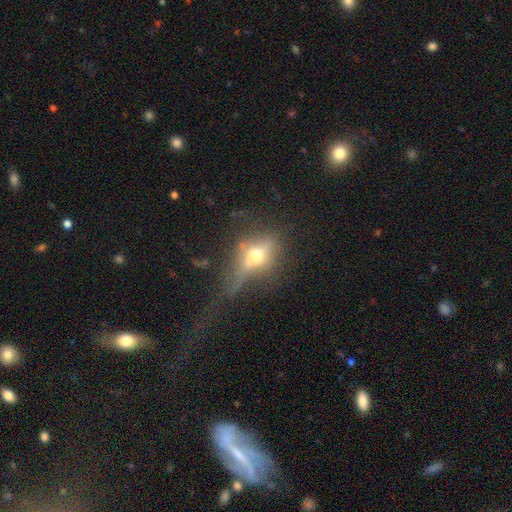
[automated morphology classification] Smooth or featured: featured or disk — 58% (smooth — 29%)
Edge-on disk: yes — 73% (no — 27%)
Merging: none — 45% (major disturbance — 29%)